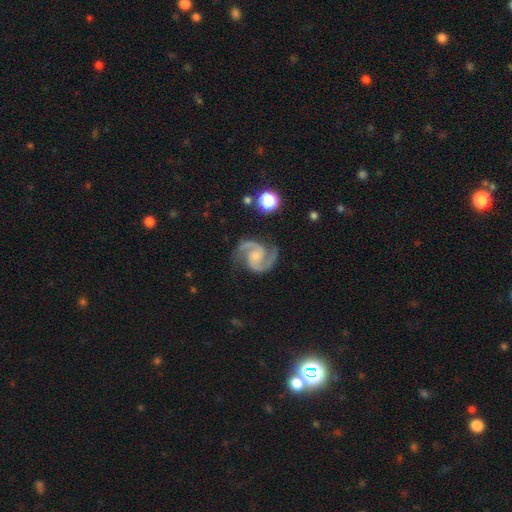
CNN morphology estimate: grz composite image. It shows a featured or disk galaxy (93%) with no bar (54%), 2 (94%) medium (66%) spiral arms (99%) and a small central bulge (38%). Merging: none (80%).